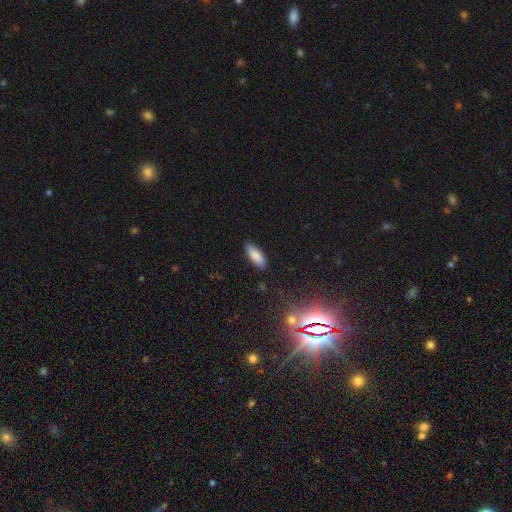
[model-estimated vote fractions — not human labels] smooth_or_featured: smooth (p=0.85) [alt: star or artifact p=0.08]
how_rounded: in between (p=0.72) [alt: cigar-shaped p=0.26]
merging: none (p=0.85) [alt: minor disturbance p=0.11]